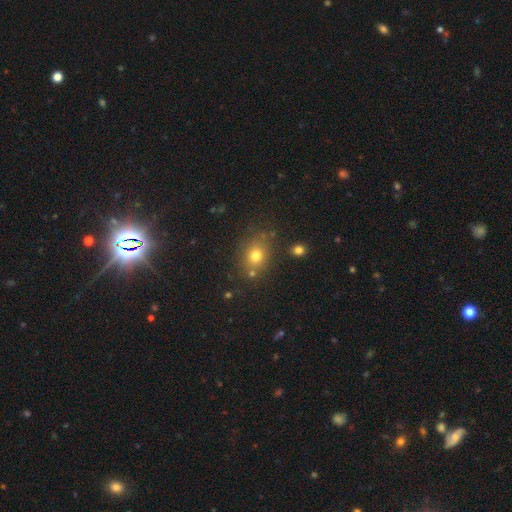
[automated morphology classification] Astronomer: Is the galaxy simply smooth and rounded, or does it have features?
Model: smooth — 75%.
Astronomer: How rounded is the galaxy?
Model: round — 69%.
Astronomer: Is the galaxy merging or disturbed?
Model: none — 77%.